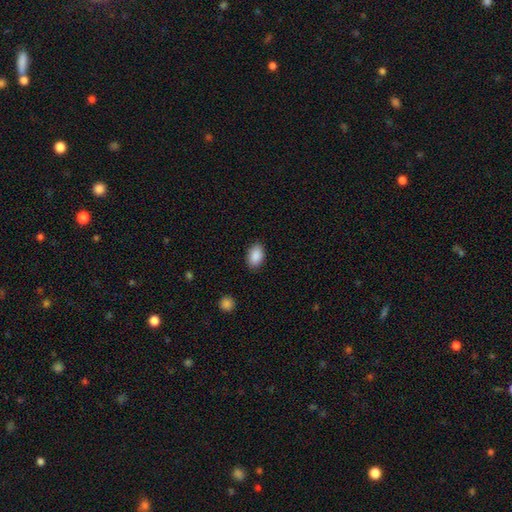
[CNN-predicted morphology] smooth-or-featured: smooth: 90% | star or artifact: 7% | featured or disk: 3%
  how-rounded: in between: 91% | round: 8% | cigar-shaped: 1%
  merging: none: 86% | minor disturbance: 10% | major disturbance: 2% | merger: 1%